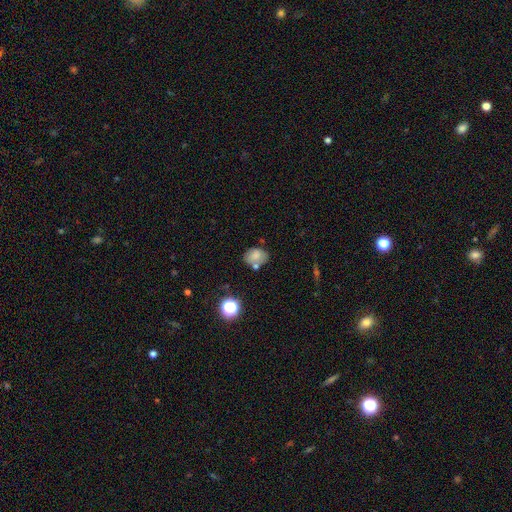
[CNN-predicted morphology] A smooth galaxy with no disk features (72%) that is in between round and cigar-shaped (66%).

Vote fractions:
- Smooth or featured? smooth: 72% / featured or disk: 16% / star or artifact: 12%
- How rounded? in between: 66% / round: 33% / cigar-shaped: 1%
- Merging? none: 58% / minor disturbance: 20% / merger: 16% / major disturbance: 6%